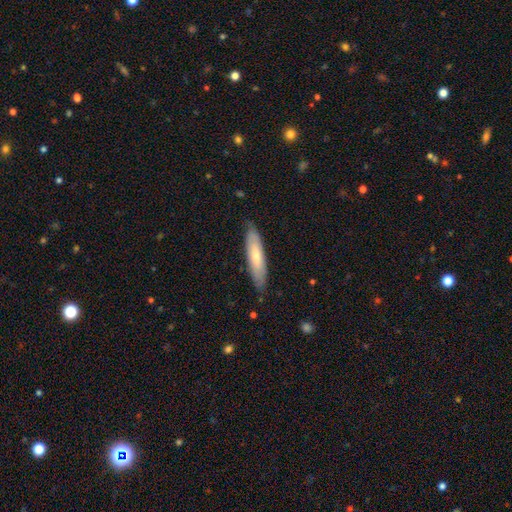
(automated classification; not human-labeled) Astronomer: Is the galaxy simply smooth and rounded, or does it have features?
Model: smooth — 59% (runner-up: featured or disk, 35%).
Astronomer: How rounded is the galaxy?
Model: cigar-shaped — 73%.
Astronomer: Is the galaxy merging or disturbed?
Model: none — 82%.